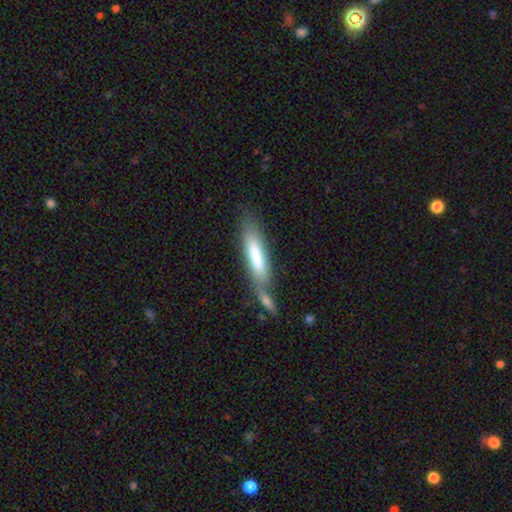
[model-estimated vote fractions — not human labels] The model was most divided on "smooth or featured": smooth: 55%, featured or disk: 36%, star or artifact: 9%. More confident: how rounded — cigar-shaped (82%); merging — none (58%).